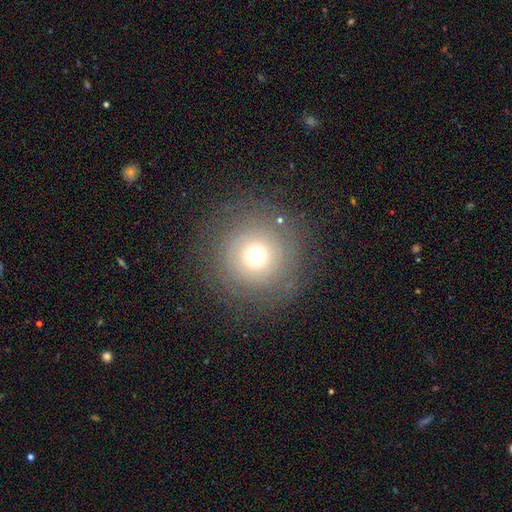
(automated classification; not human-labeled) Smooth or featured: smooth — 47% (featured or disk — 38%)
Merging: none — 82% (minor disturbance — 10%)